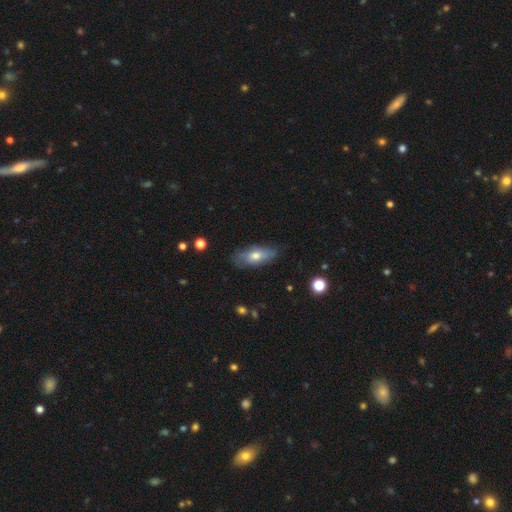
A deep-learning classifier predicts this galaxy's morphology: type=smooth (64%); roundness=in between (75%); merging=none (74%).